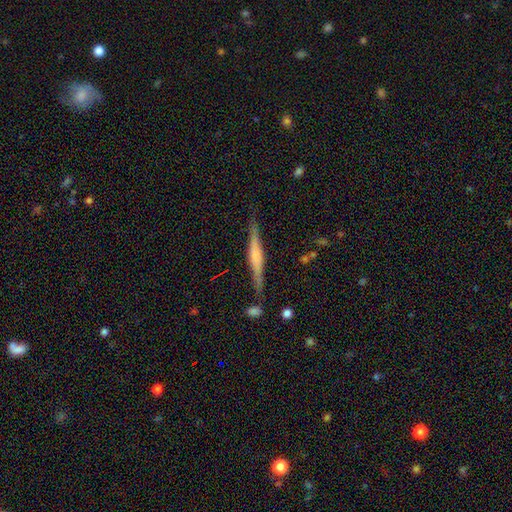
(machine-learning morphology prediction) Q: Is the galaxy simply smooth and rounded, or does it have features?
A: featured or disk — 67%.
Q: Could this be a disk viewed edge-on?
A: yes — 97%.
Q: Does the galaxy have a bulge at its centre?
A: rounded — 48%.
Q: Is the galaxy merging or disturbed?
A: none — 82%.